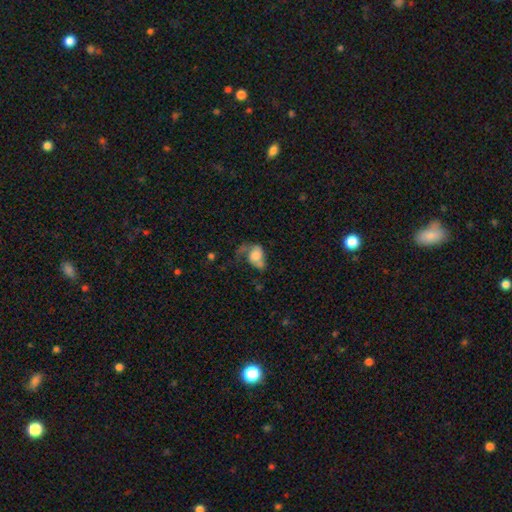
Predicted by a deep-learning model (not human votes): Smooth or featured? Predicted: smooth (p=0.50). Merging? Predicted: major disturbance (p=0.47).